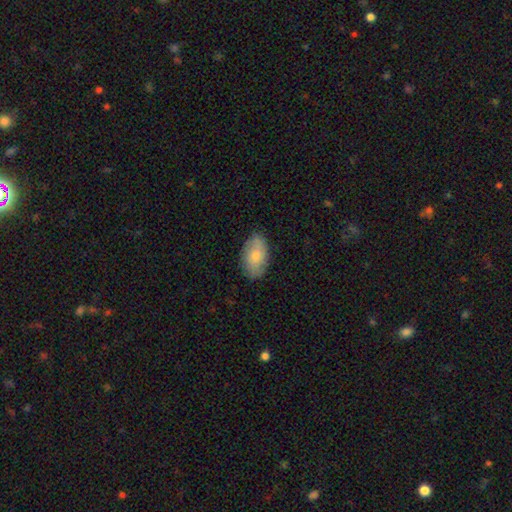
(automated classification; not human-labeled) A smooth galaxy with no disk features (74%) that is in between round and cigar-shaped (93%). Merging: none (82%).